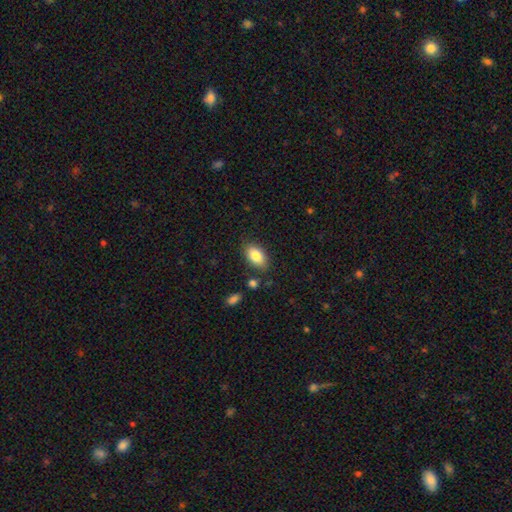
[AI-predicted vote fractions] Smooth or featured? smooth (84%)
How rounded? in between (92%)
Merging? none (82%)